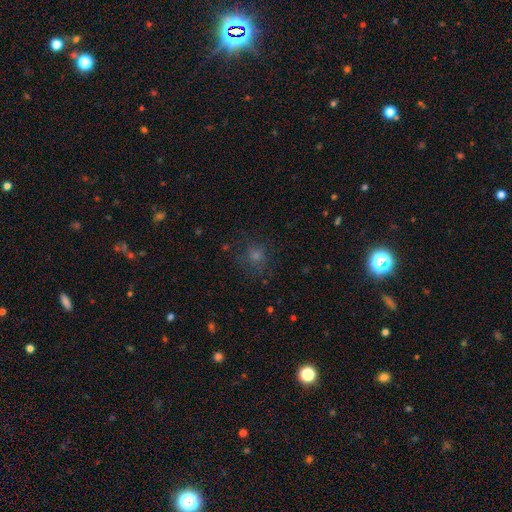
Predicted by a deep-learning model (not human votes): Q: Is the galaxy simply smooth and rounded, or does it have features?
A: smooth — 53%.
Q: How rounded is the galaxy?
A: round — 86%.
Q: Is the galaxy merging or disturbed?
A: none — 77%.